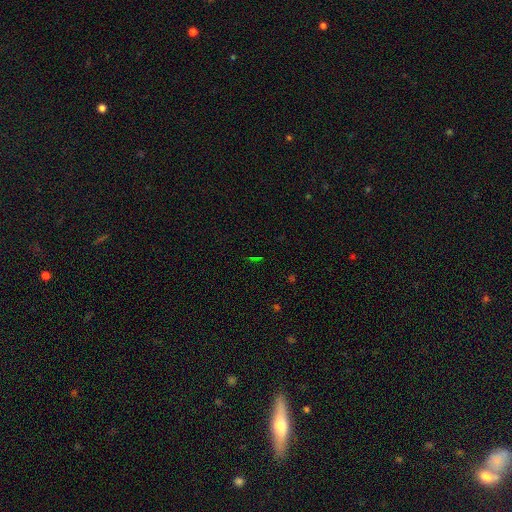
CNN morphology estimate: Q: Smooth or featured?
A: star or artifact (66%); runner-up: smooth (21%)